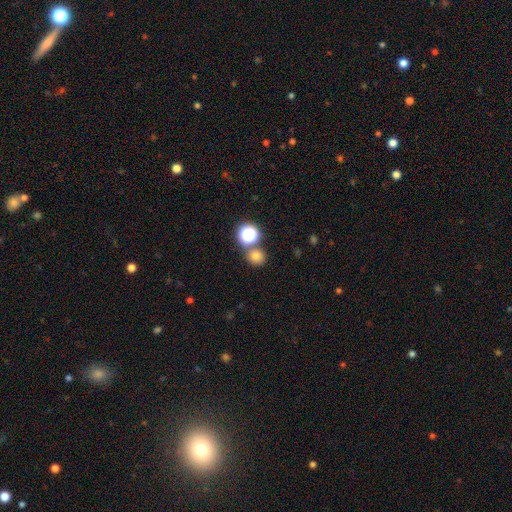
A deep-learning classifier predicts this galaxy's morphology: Smooth or featured? smooth (73%)
How rounded? round (84%)
Merging? none (73%)